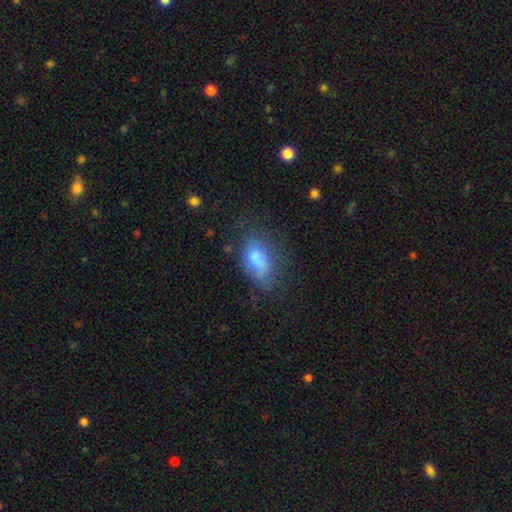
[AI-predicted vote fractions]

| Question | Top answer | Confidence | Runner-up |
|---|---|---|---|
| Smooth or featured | smooth | 68% | featured or disk (17%) |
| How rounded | in between | 86% | cigar-shaped (8%) |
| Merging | none | 66% | minor disturbance (23%) |